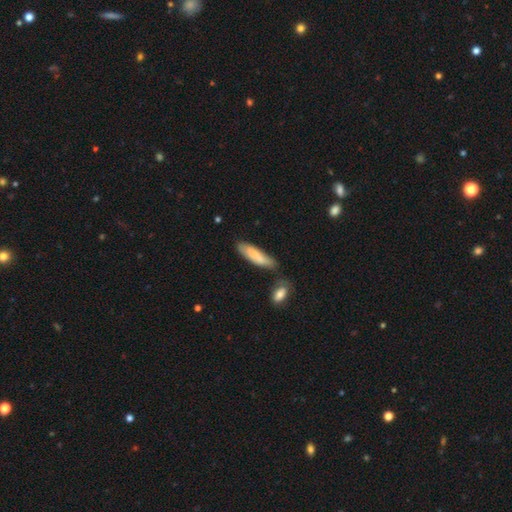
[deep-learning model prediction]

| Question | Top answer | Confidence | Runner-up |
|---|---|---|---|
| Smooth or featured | smooth | 76% | featured or disk (18%) |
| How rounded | cigar-shaped | 65% | in between (33%) |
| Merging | none | 65% | minor disturbance (20%) |